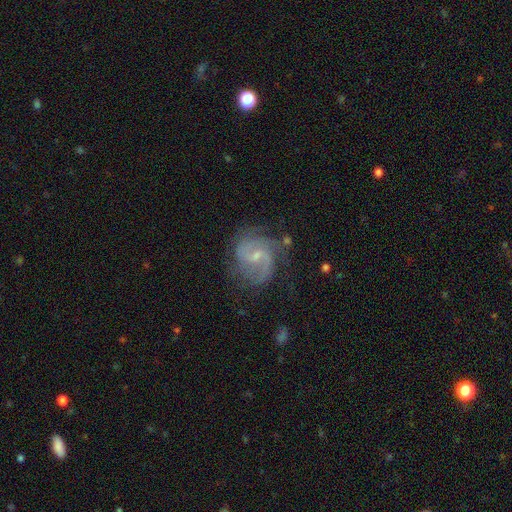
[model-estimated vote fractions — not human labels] A featured or disk galaxy (85%) with a weak bar (61%), 2 (69%) medium (53%) spiral arms (96%) and a small central bulge (60%). Merging: none (66%).